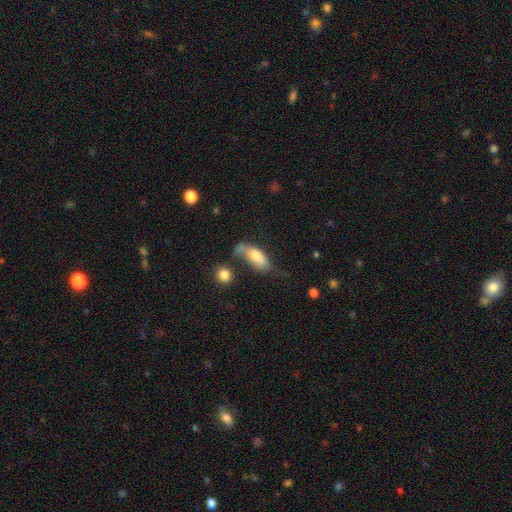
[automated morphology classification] Overall: smooth (73%). How rounded: in between (81%). Merging: none (31%; minor disturbance 25%).